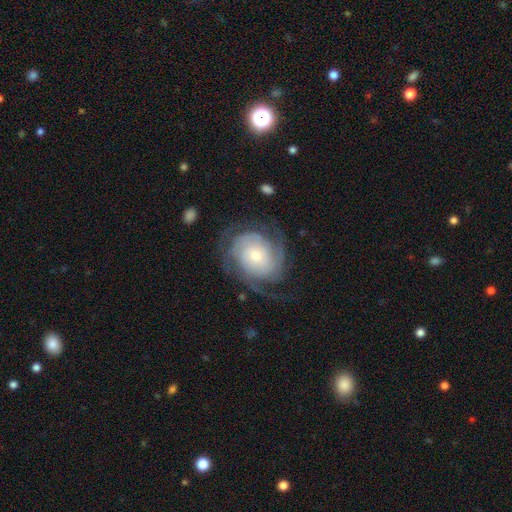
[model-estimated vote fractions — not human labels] The model was most divided on "spiral arm count": 2: 41%, 3: 22%, can't tell: 20%, 4: 7%, 1: 5%, more than 4: 5%. More confident: edge-on disk — no (97%); spiral arms — yes (96%); smooth or featured — featured or disk (83%); bar — no (74%); merging — none (67%); bulge size — small (59%); spiral winding — tight (56%).